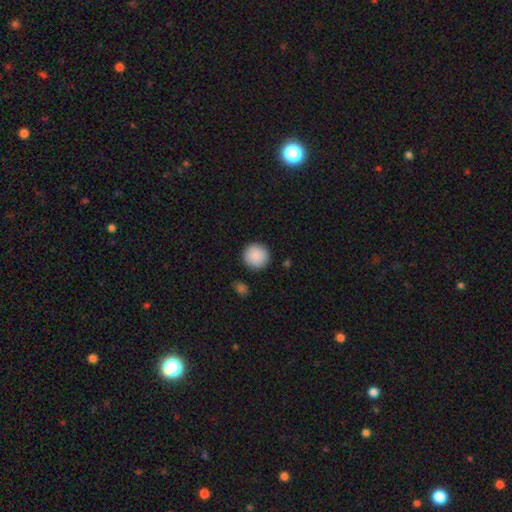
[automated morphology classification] smooth_or_featured: smooth (p=0.90) [alt: star or artifact p=0.07]
how_rounded: round (p=0.94) [alt: in between p=0.05]
merging: none (p=0.90) [alt: minor disturbance p=0.07]